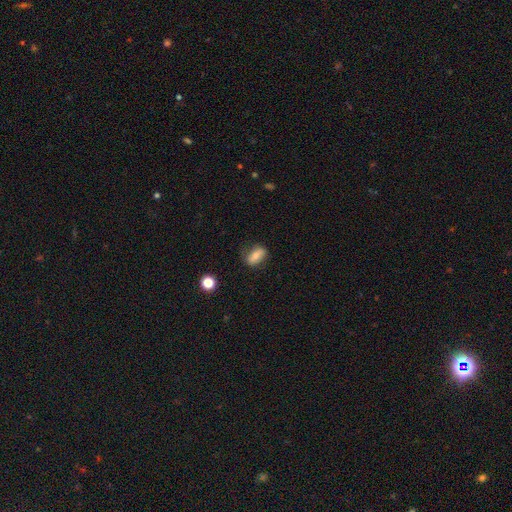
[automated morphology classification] A smooth galaxy with no disk features (65%) that is in between round and cigar-shaped (79%).

Vote fractions:
- Smooth or featured? smooth: 65% / featured or disk: 25% / star or artifact: 9%
- How rounded? in between: 79% / round: 13% / cigar-shaped: 9%
- Merging? none: 75% / minor disturbance: 18% / major disturbance: 5% / merger: 2%